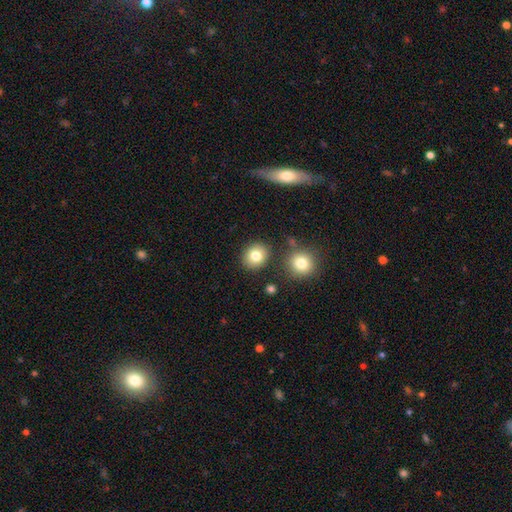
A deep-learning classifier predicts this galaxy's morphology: Smooth or featured? smooth (80%)
How rounded? round (71%)
Merging? none (82%)